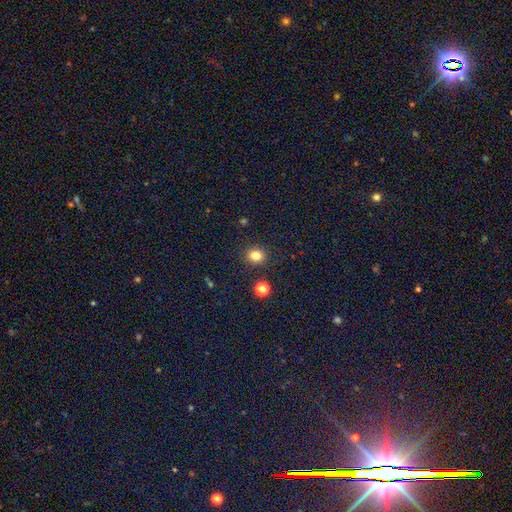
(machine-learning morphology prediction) smooth 81%, star or artifact 14%, featured or disk 5%. Down the decision tree: how rounded — round (78%); merging — none (89%).